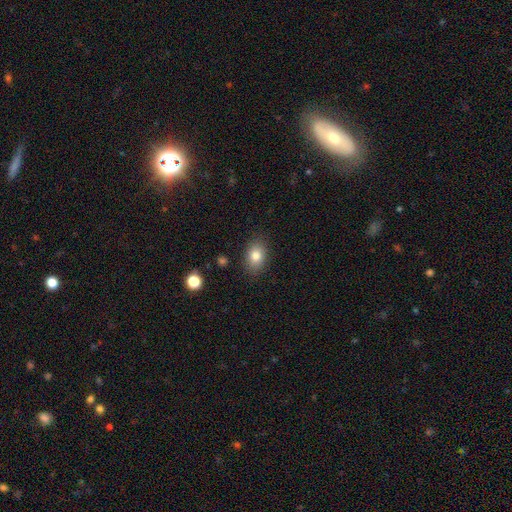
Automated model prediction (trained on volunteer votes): Q: Smooth or featured?
A: smooth (81%); runner-up: featured or disk (10%)
Q: How rounded?
A: in between (79%); runner-up: round (19%)
Q: Merging?
A: none (85%); runner-up: minor disturbance (11%)